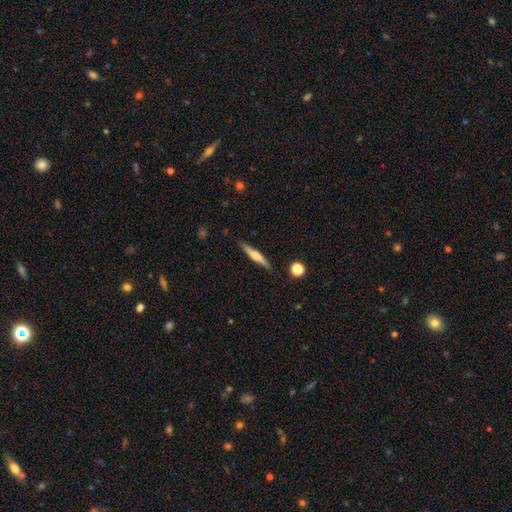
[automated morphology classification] Smooth or featured? featured or disk (52%)
Edge-on disk? yes (96%)
Merging? none (85%)